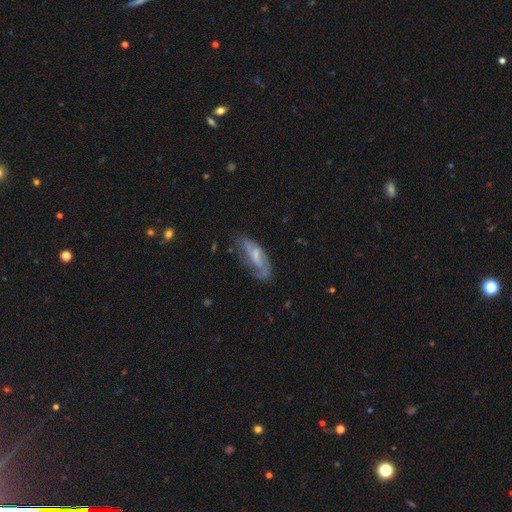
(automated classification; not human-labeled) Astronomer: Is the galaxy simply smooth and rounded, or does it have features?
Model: featured or disk — 58% (runner-up: smooth, 35%).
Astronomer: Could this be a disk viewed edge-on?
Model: no — 85%.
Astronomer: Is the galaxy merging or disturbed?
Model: none — 48% (runner-up: minor disturbance, 29%).